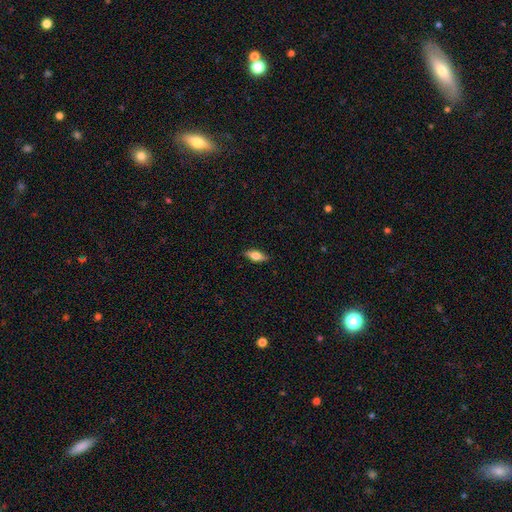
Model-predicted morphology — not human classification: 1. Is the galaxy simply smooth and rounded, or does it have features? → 58% smooth, 35% featured or disk, 7% star or artifact.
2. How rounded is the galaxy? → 71% in between, 26% cigar-shaped, 4% round.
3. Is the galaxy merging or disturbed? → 87% none, 10% minor disturbance, 2% major disturbance, 1% merger.